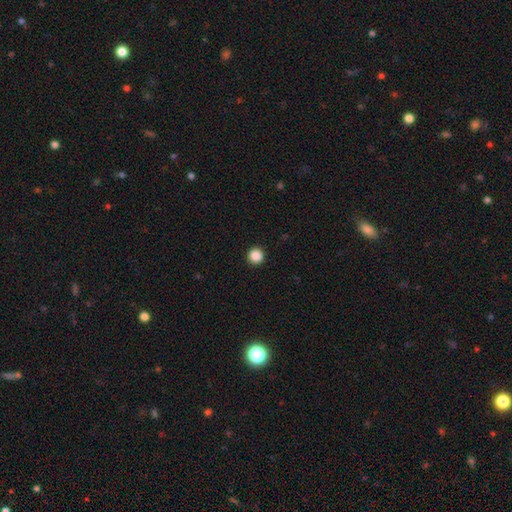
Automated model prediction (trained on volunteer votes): Smooth or featured: smooth — 88% (star or artifact — 10%)
How rounded: round — 96% (in between — 3%)
Merging: none — 94% (minor disturbance — 4%)